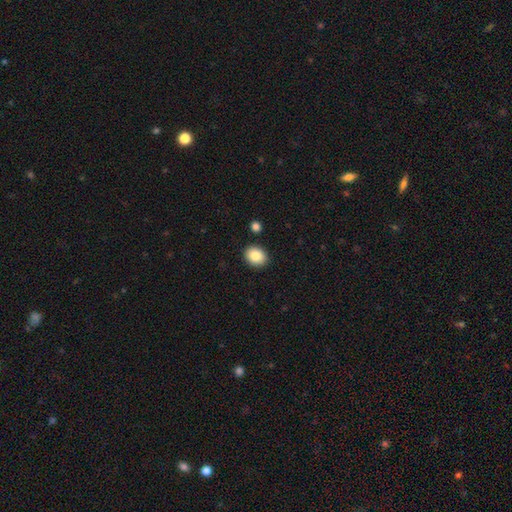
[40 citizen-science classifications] A smooth galaxy with no disk features (82%) that is in between round and cigar-shaped (52%).

Vote fractions:
- Smooth or featured? smooth: 82% / featured or disk: 12% / star or artifact: 5%
- How rounded? in between: 52% / round: 48% / cigar-shaped: 0%
- Merging? none: 84% / minor disturbance: 8% / merger: 5% / major disturbance: 3%